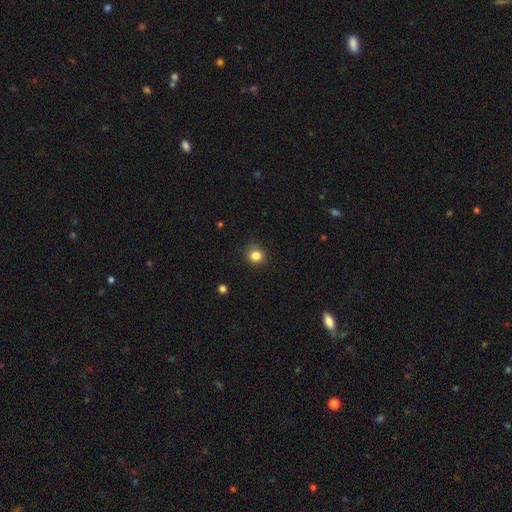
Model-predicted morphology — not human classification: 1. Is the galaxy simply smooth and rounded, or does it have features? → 84% smooth, 11% star or artifact, 4% featured or disk.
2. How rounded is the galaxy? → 86% round, 13% in between, 1% cigar-shaped.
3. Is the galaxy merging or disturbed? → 84% none, 12% minor disturbance, 3% major disturbance, 1% merger.